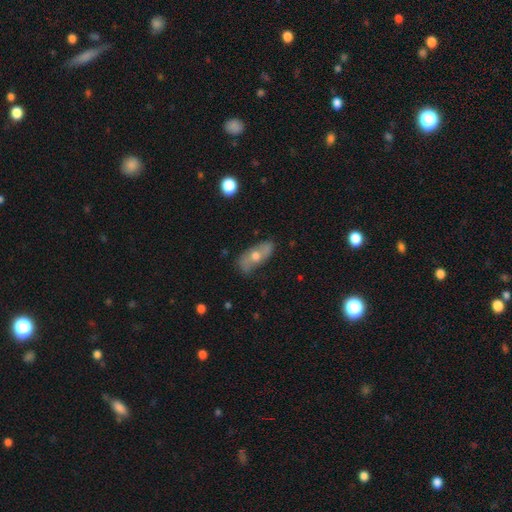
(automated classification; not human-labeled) smooth_or_featured: featured or disk (p=0.48) [alt: smooth p=0.43]
merging: none (p=0.71) [alt: minor disturbance p=0.21]